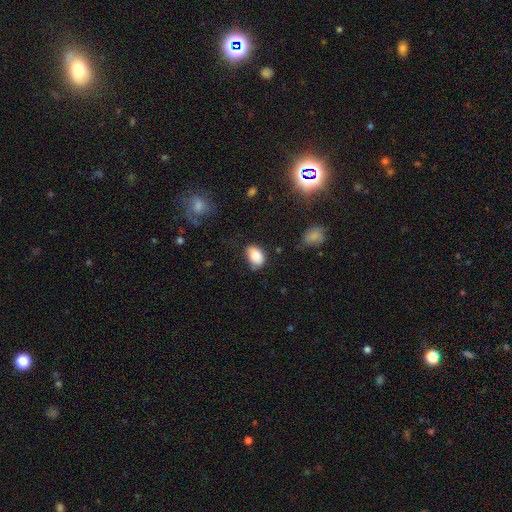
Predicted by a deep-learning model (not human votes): Morphology: type=smooth (85%); roundness=in between (85%); merging=none (63%).